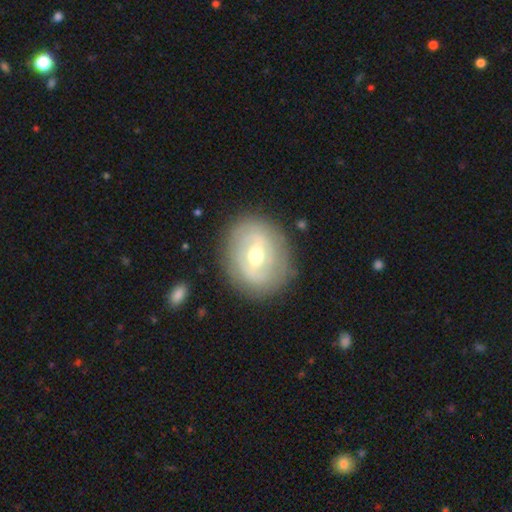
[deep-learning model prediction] Smooth or featured? Predicted: featured or disk (p=0.70). Edge-on disk? Predicted: no (p=0.96). Bar? Predicted: weak (p=0.49). Spiral arms? Predicted: yes (p=0.63). Bulge size? Predicted: moderate (p=0.70). Merging? Predicted: none (p=0.82).